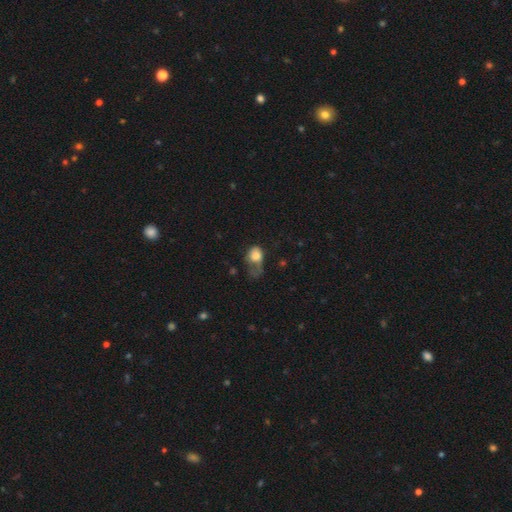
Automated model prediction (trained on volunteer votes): Morphology: type=smooth (74%); roundness=in between (58%); merging=major disturbance (55%).